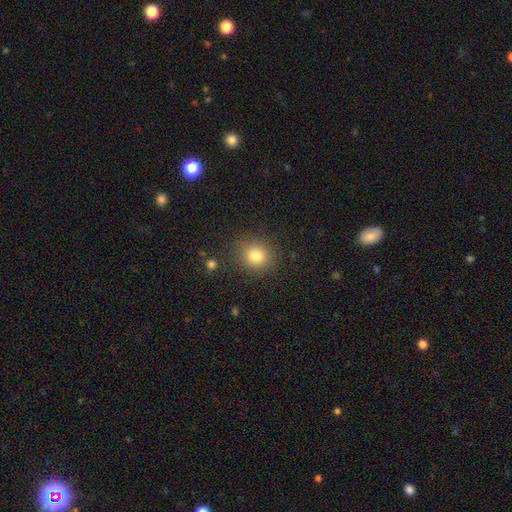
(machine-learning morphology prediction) type=smooth (82%); roundness=round (88%); merging=none (87%).